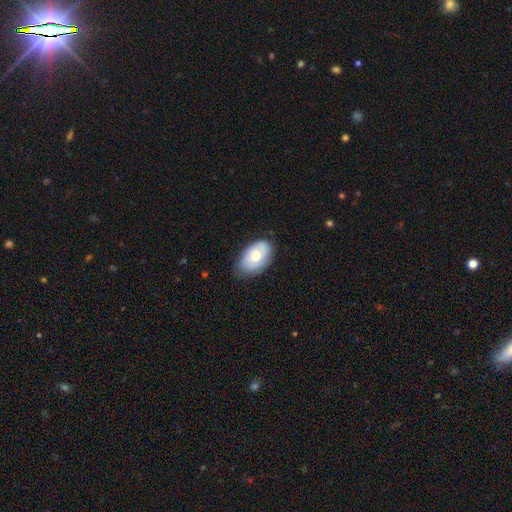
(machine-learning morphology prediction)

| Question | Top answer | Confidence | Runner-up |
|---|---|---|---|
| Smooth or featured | smooth | 58% | featured or disk (36%) |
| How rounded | in between | 91% | round (8%) |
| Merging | none | 69% | minor disturbance (25%) |